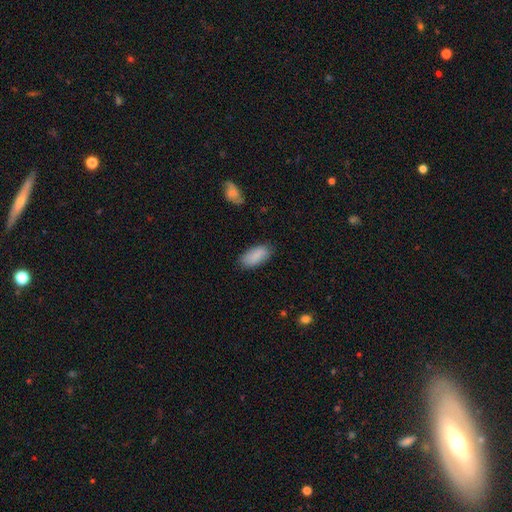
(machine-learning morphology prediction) Smooth or featured? Predicted: smooth (p=0.87). How rounded? Predicted: in between (p=0.91). Merging? Predicted: none (p=0.82).